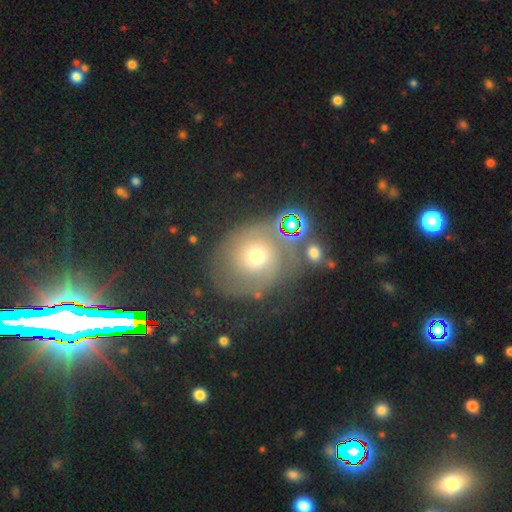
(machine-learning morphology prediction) Q: Smooth or featured?
A: smooth (44%); runner-up: featured or disk (41%)
Q: Merging?
A: none (51%); runner-up: minor disturbance (19%)